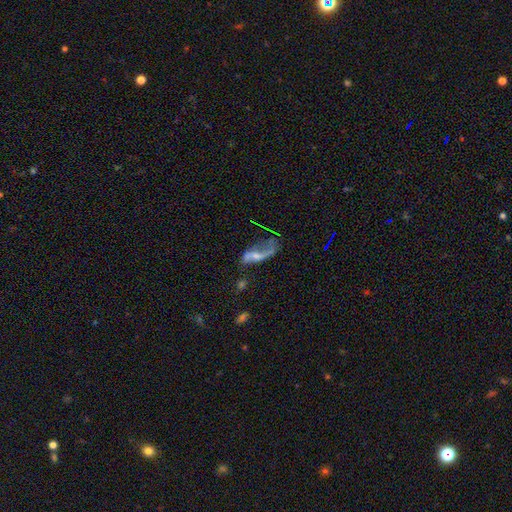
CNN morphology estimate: Smooth or featured? Predicted: featured or disk (p=0.70). Edge-on disk? Predicted: no (p=0.89). Bar? Predicted: no (p=0.49). Spiral arms? Predicted: yes (p=0.74). Bulge size? Predicted: small (p=0.44). Merging? Predicted: major disturbance (p=0.36).